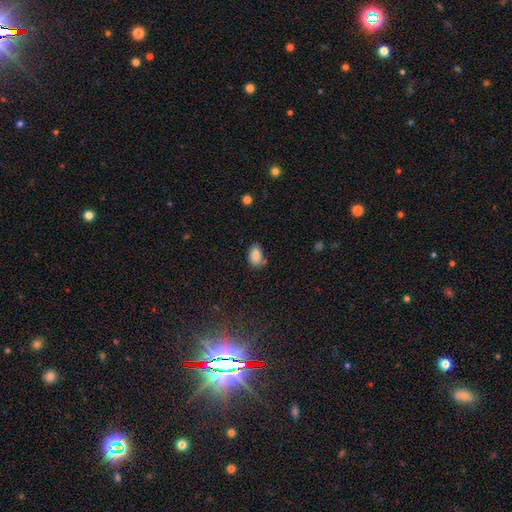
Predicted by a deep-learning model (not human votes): This is clearly a smooth galaxy (85%). How rounded: clearly in between (88%). Merging: likely none (64%).